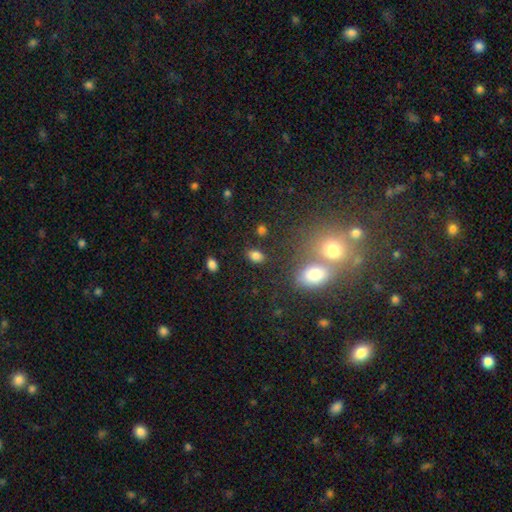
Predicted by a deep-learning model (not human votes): smooth_or_featured: smooth (p=0.83) [alt: star or artifact p=0.11]
how_rounded: in between (p=0.83) [alt: round p=0.15]
merging: none (p=0.81) [alt: minor disturbance p=0.11]